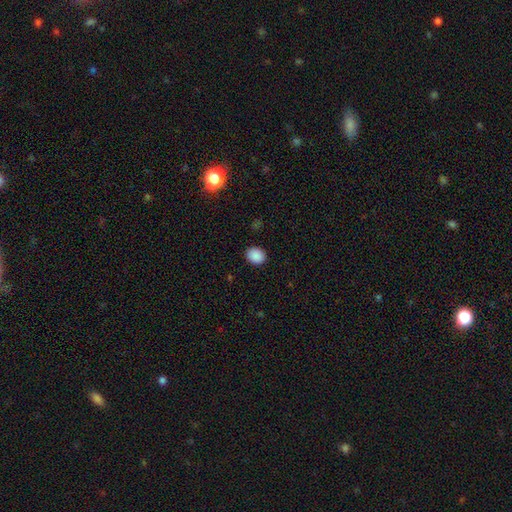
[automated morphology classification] A smooth galaxy with no disk features (89%) that is round (54%).

Vote fractions:
- Smooth or featured? smooth: 89% / star or artifact: 9% / featured or disk: 3%
- How rounded? round: 54% / in between: 45% / cigar-shaped: 1%
- Merging? none: 90% / minor disturbance: 7% / major disturbance: 2% / merger: 1%